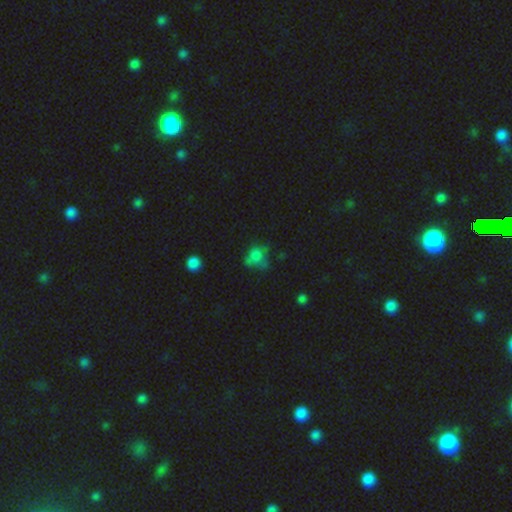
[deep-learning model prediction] smooth 65%, star or artifact 18%, featured or disk 18%. Down the decision tree: how rounded — round (62%); merging — none (42%).